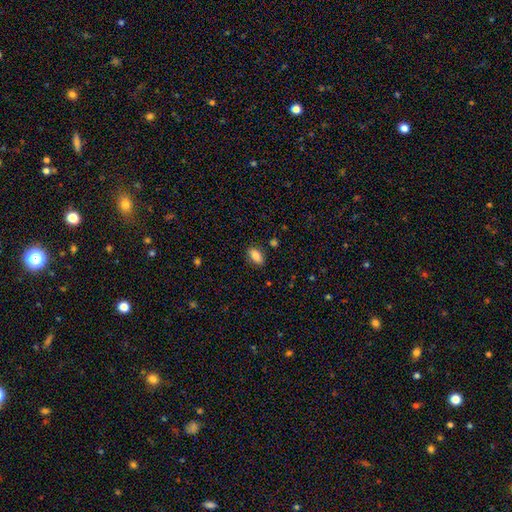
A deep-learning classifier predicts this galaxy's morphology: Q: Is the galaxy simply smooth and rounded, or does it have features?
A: smooth — 85%.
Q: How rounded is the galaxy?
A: in between — 90%.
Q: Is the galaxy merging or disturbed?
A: none — 84%.